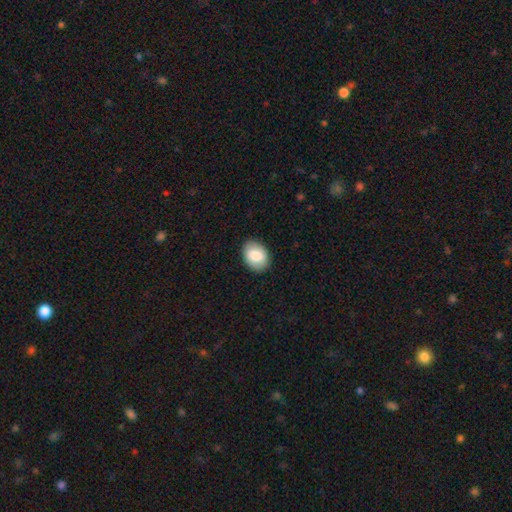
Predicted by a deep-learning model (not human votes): smooth_or_featured: smooth (p=0.83) [alt: featured or disk p=0.11]
how_rounded: in between (p=0.78) [alt: round p=0.21]
merging: none (p=0.88) [alt: minor disturbance p=0.09]